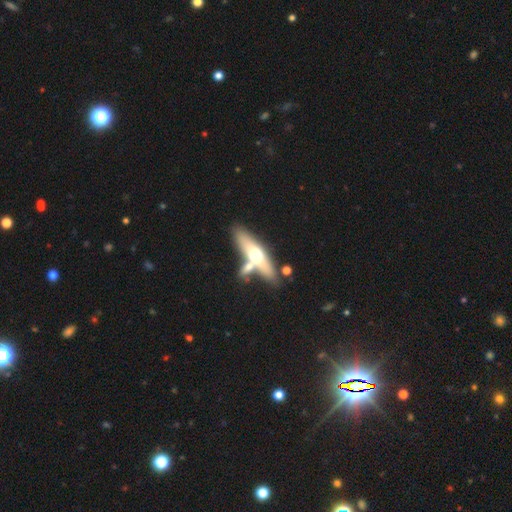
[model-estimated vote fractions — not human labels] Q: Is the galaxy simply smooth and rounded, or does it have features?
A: featured or disk — 49%.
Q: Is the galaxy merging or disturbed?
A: none — 56%.